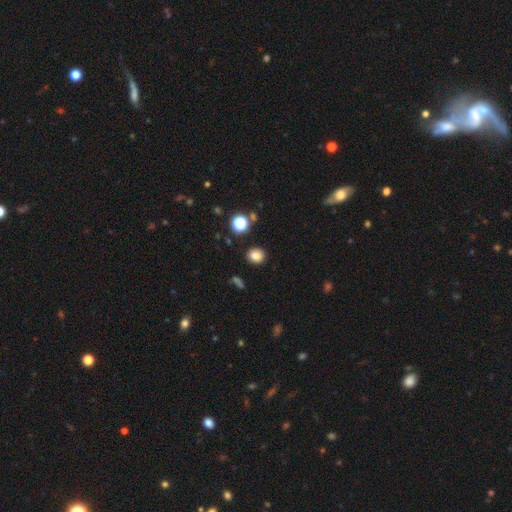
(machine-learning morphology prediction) The model was most divided on "how rounded": round: 69%, in between: 30%, cigar-shaped: 1%. More confident: merging — none (87%); smooth or featured — smooth (82%).